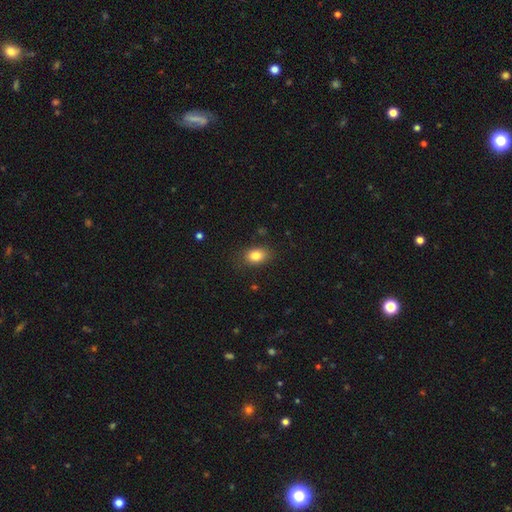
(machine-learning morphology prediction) smooth-or-featured: smooth: 83% | star or artifact: 9% | featured or disk: 8%
  how-rounded: in between: 79% | round: 20% | cigar-shaped: 1%
  merging: none: 82% | minor disturbance: 13% | major disturbance: 4% | merger: 1%